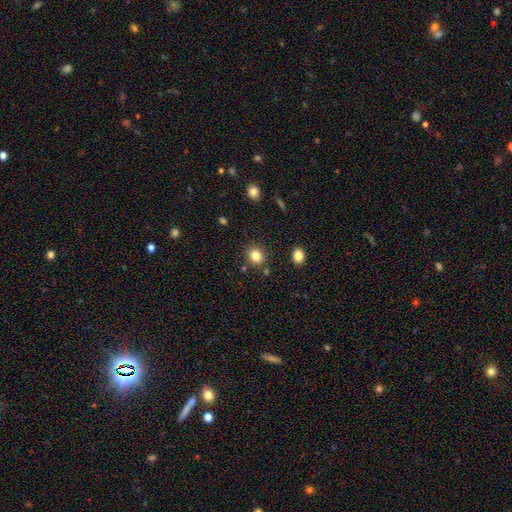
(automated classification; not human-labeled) Smooth or featured? smooth (82%)
How rounded? round (69%)
Merging? none (84%)